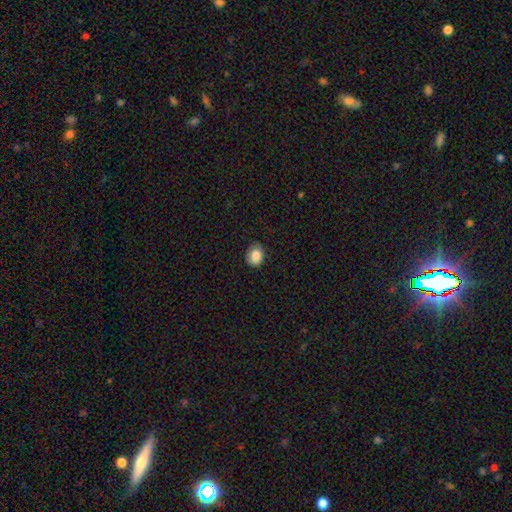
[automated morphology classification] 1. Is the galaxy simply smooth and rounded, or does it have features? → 86% smooth, 9% star or artifact, 6% featured or disk.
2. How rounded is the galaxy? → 52% in between, 47% round, 1% cigar-shaped.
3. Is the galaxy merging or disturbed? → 77% none, 19% minor disturbance, 3% major disturbance, 1% merger.